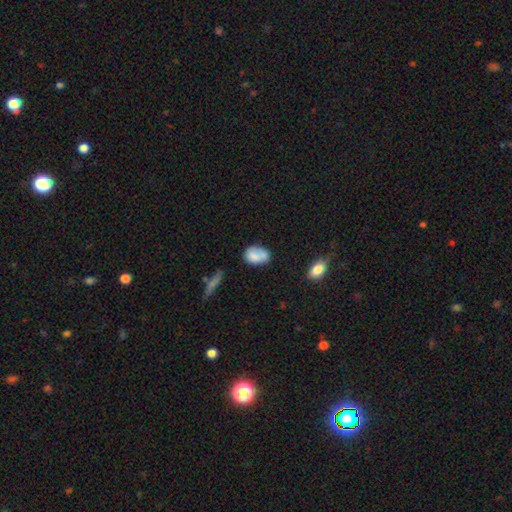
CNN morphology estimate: A smooth galaxy with no disk features (75%) that is in between round and cigar-shaped (83%).

Vote fractions:
- Smooth or featured? smooth: 75% / featured or disk: 17% / star or artifact: 8%
- How rounded? in between: 83% / round: 16% / cigar-shaped: 2%
- Merging? none: 46% / minor disturbance: 26% / merger: 19% / major disturbance: 10%